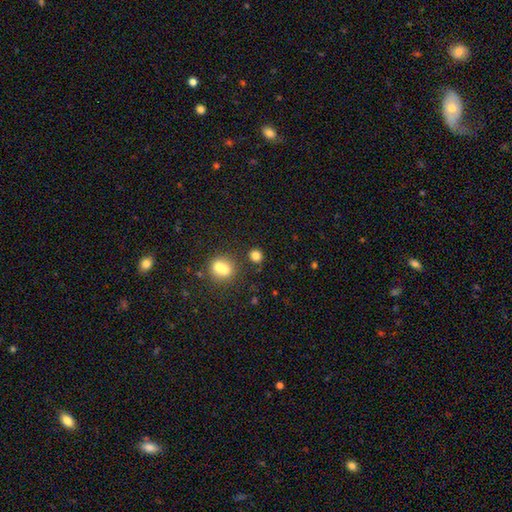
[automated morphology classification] This is likely a smooth galaxy (79%). How rounded: likely round (80%). Merging: likely none (68%).